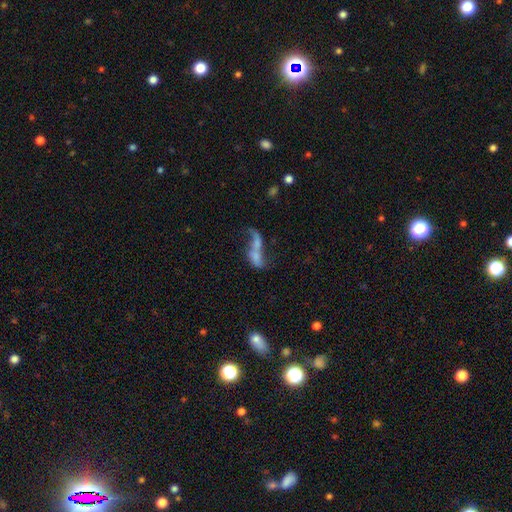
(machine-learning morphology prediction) Smooth or featured? Predicted: featured or disk (p=0.51). Edge-on disk? Predicted: no (p=0.90). Merging? Predicted: merger (p=0.46).